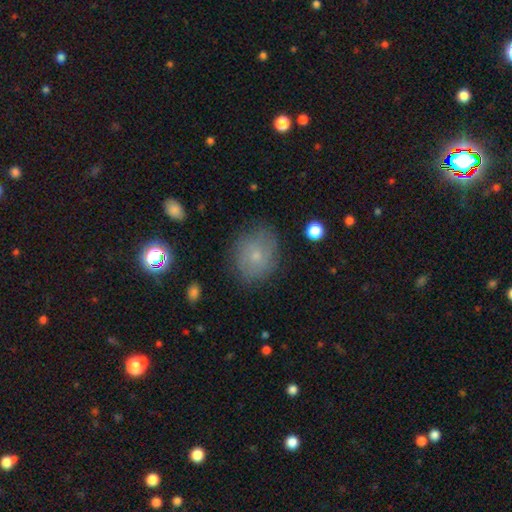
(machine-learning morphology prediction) A smooth galaxy with no disk features (55%) that is round (64%). Merging: none (75%).